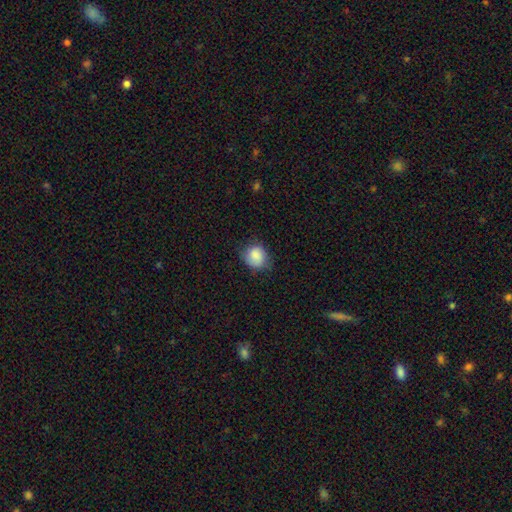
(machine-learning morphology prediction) A smooth galaxy with no disk features (84%) that is round (72%). Merging: none (69%).